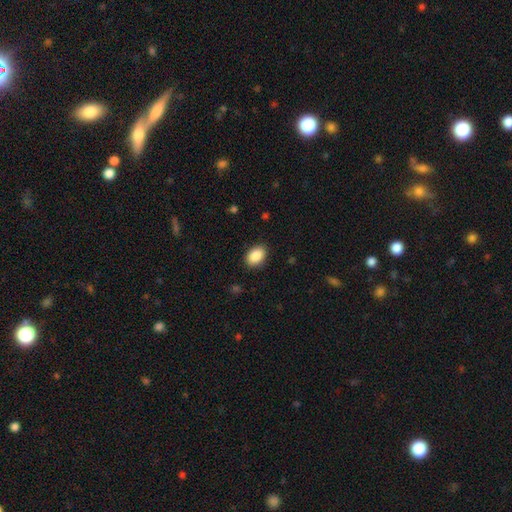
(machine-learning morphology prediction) Smooth or featured? Predicted: smooth (p=0.89). How rounded? Predicted: in between (p=0.83). Merging? Predicted: none (p=0.88).